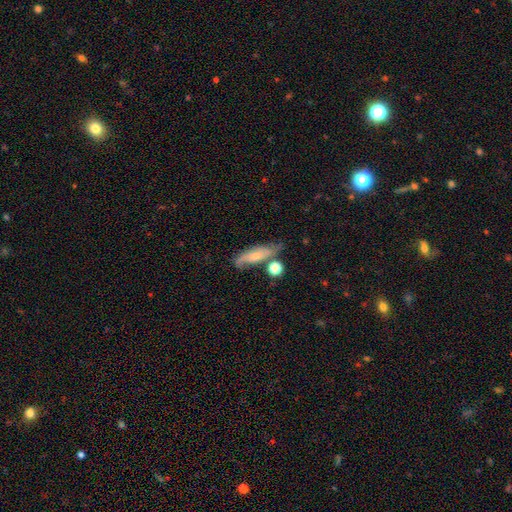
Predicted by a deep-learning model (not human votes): Smooth or featured? featured or disk (47%)
Merging? none (55%)